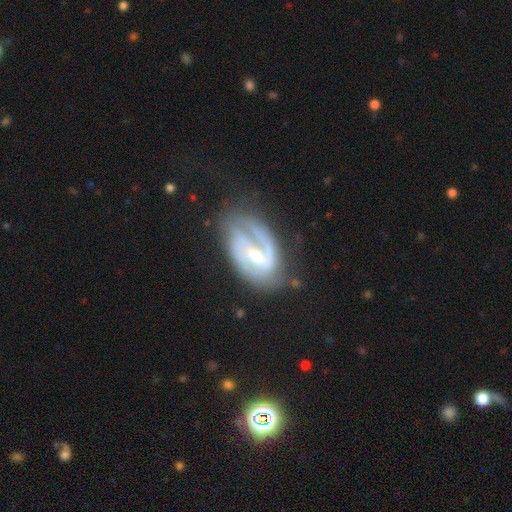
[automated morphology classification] type=featured or disk (85%); edge-on=no (96%); bar=weak (47%); spiral arms=yes (94%); winding=medium (46%); arm count=2 (55%); bulge=moderate (54%); merging=none (55%).